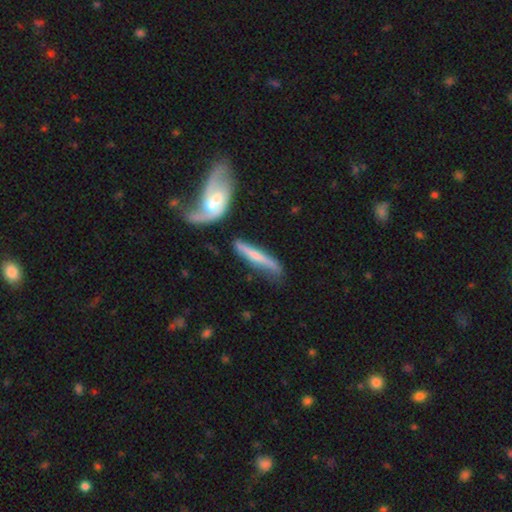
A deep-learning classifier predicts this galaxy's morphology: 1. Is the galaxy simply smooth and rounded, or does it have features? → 49% featured or disk, 45% smooth, 6% star or artifact.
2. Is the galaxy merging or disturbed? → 50% none, 22% minor disturbance, 18% merger, 10% major disturbance.